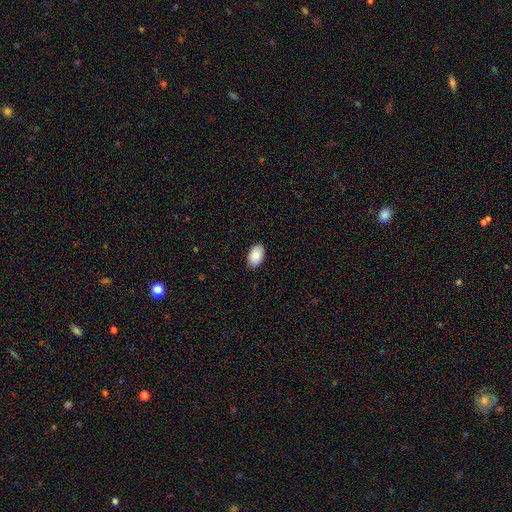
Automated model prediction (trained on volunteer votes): Smooth or featured? Predicted: smooth (p=0.86). How rounded? Predicted: in between (p=0.93). Merging? Predicted: none (p=0.89).